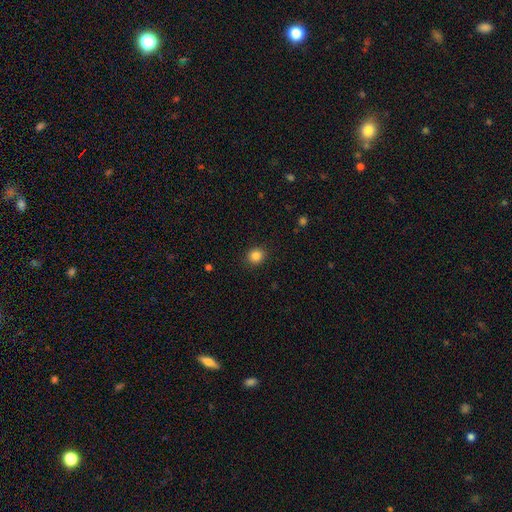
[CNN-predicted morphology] Overall: smooth (85%). How rounded: round (80%). Merging: none (90%).